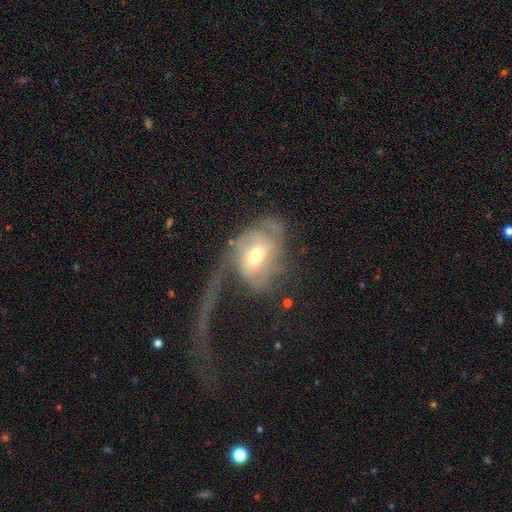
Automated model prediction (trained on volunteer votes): Smooth or featured: featured or disk — 66% (smooth — 26%)
Edge-on disk: no — 95% (yes — 5%)
Bar: no — 52% (weak — 36%)
Spiral arms: yes — 72% (no — 28%)
Bulge size: moderate — 64% (small — 27%)
Merging: major disturbance — 65% (none — 18%)